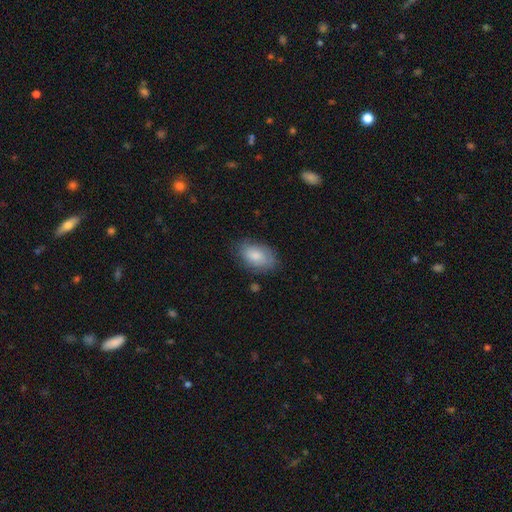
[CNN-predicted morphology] Smooth or featured? Predicted: smooth (p=0.80). How rounded? Predicted: in between (p=0.92). Merging? Predicted: none (p=0.75).